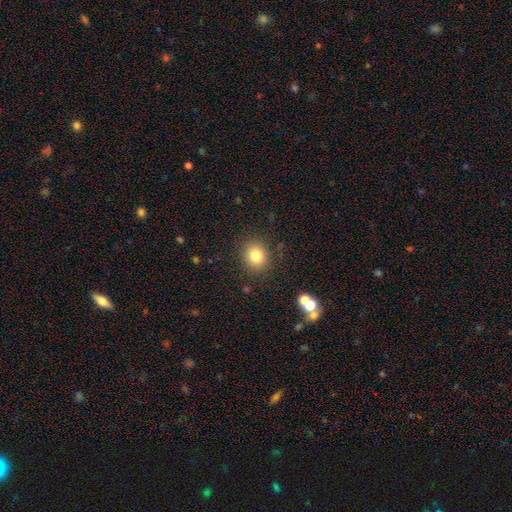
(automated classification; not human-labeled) Q: Smooth or featured?
A: smooth (80%); runner-up: star or artifact (12%)
Q: How rounded?
A: round (71%); runner-up: in between (28%)
Q: Merging?
A: none (86%); runner-up: minor disturbance (9%)